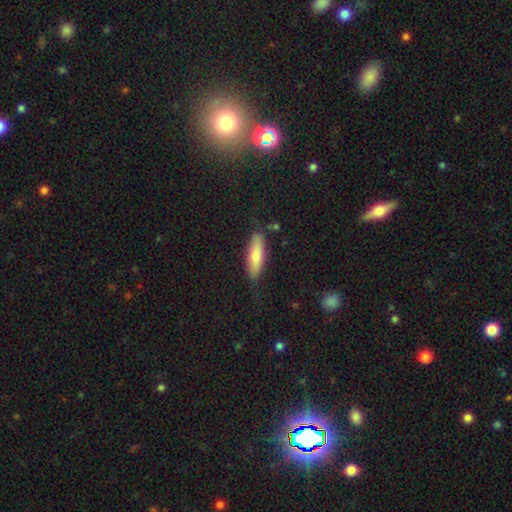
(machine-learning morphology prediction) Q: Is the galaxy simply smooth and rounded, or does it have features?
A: smooth — 70%.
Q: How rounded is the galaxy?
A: cigar-shaped — 57%.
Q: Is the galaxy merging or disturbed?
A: none — 77%.